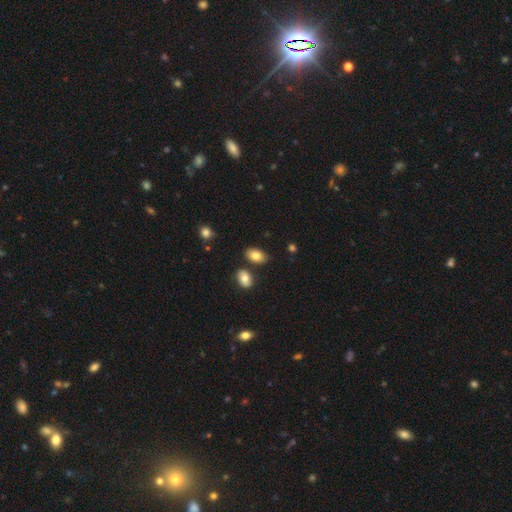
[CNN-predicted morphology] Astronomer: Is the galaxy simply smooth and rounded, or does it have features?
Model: smooth — 83%.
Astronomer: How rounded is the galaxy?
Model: in between — 91%.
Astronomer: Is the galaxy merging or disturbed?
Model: none — 76%.